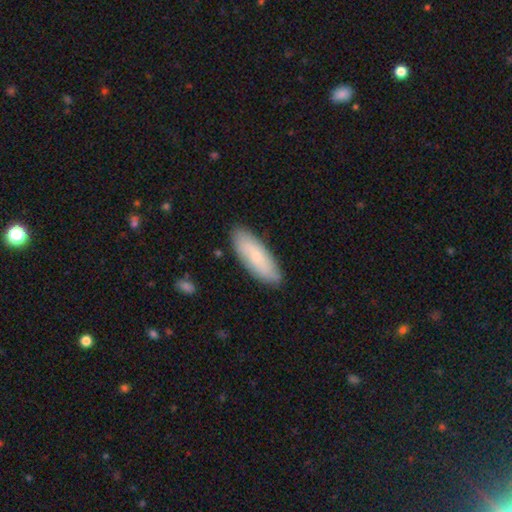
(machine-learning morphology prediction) smooth 69%, featured or disk 25%, star or artifact 6%. Down the decision tree: how rounded — in between (65%); merging — none (86%).